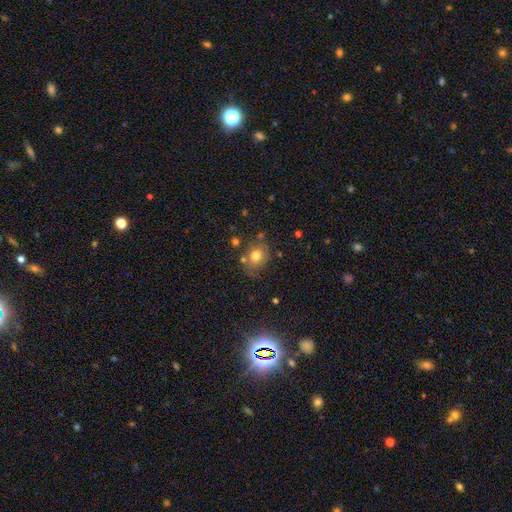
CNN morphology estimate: A smooth galaxy with no disk features (73%) that is round (53%).

Vote fractions:
- Smooth or featured? smooth: 73% / featured or disk: 14% / star or artifact: 13%
- How rounded? round: 53% / in between: 46% / cigar-shaped: 1%
- Merging? none: 67% / minor disturbance: 18% / merger: 8% / major disturbance: 6%